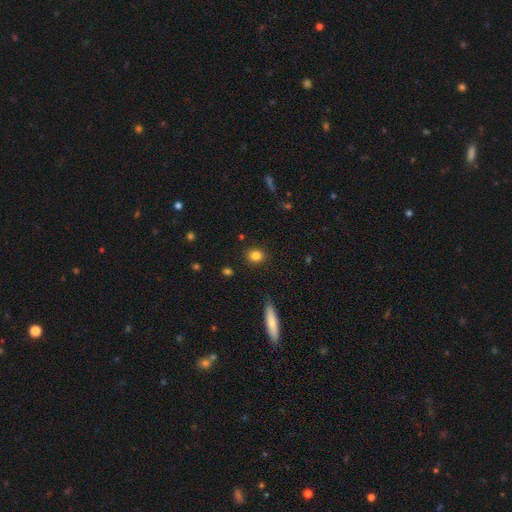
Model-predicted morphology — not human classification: Smooth or featured: smooth — 83% (star or artifact — 10%)
How rounded: round — 73% (in between — 25%)
Merging: none — 88% (minor disturbance — 8%)